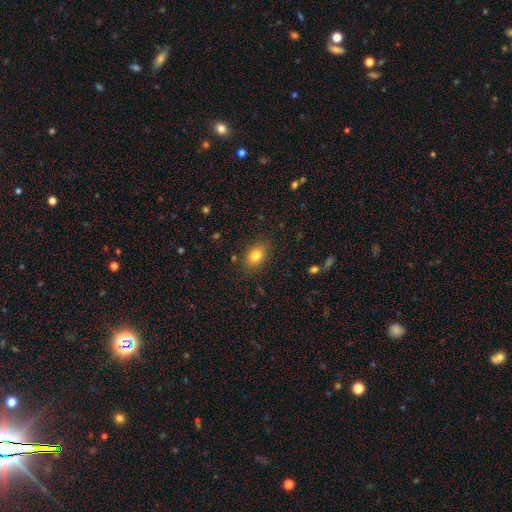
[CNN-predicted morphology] This appears to be a smooth galaxy with no disk features (82%) that is in between round and cigar-shaped (73%). Merging: none (84%).